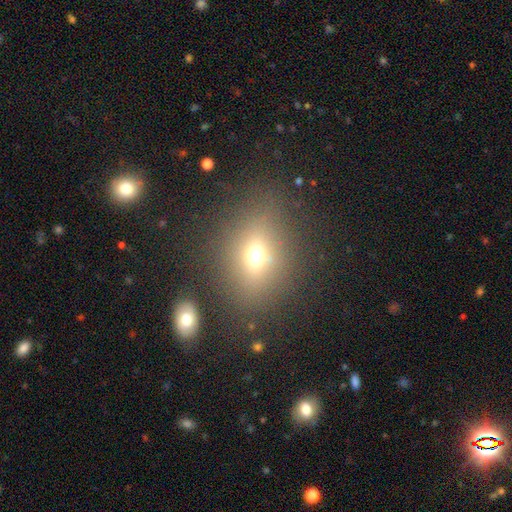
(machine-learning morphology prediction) Smooth or featured? smooth (63%)
How rounded? in between (51%)
Merging? none (75%)